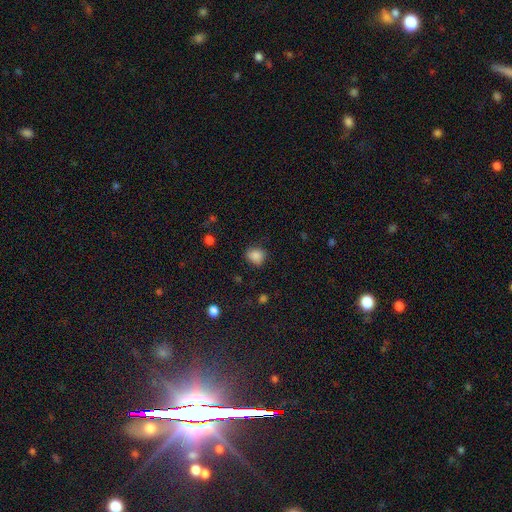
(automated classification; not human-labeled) Morphology: type=smooth (85%); roundness=round (68%); merging=none (75%).